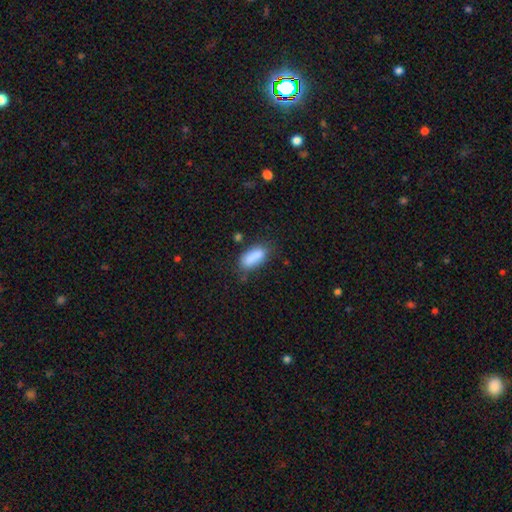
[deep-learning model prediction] Smooth or featured? smooth (86%)
How rounded? in between (81%)
Merging? none (67%)